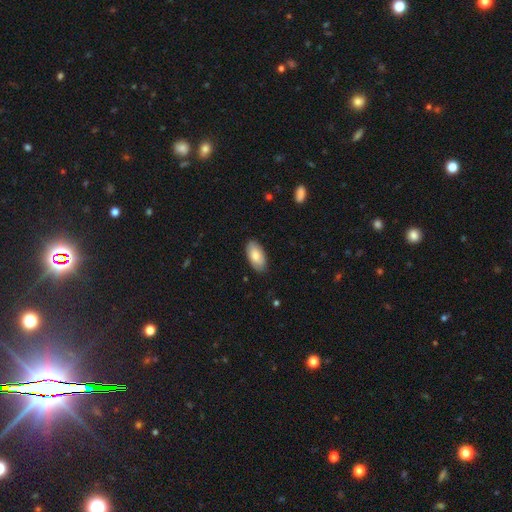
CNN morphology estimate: smooth_or_featured: smooth (p=0.77) [alt: featured or disk p=0.18]
how_rounded: in between (p=0.95) [alt: cigar-shaped p=0.03]
merging: none (p=0.85) [alt: minor disturbance p=0.12]